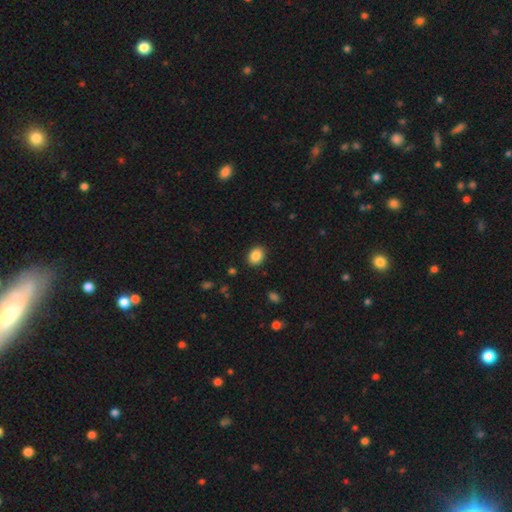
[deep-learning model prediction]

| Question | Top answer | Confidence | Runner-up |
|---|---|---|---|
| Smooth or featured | smooth | 88% | star or artifact (9%) |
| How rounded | in between | 61% | round (39%) |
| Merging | none | 89% | minor disturbance (7%) |